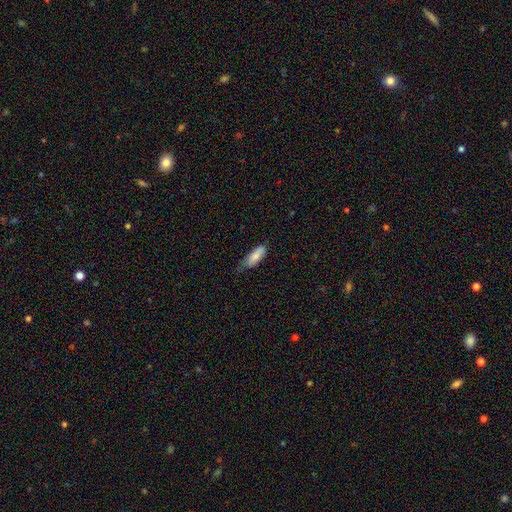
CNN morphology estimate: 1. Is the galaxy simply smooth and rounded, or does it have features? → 84% smooth, 10% featured or disk, 6% star or artifact.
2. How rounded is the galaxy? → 69% in between, 29% cigar-shaped, 2% round.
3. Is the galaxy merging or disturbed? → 48% none, 40% minor disturbance, 10% major disturbance, 2% merger.